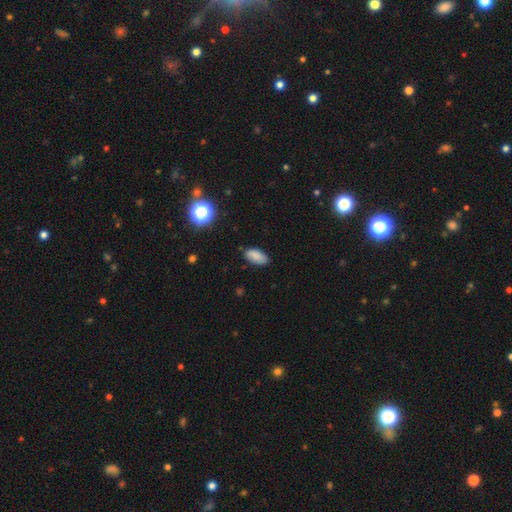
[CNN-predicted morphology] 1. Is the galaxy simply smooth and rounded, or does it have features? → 84% smooth, 10% star or artifact, 6% featured or disk.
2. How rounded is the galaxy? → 92% in between, 5% cigar-shaped, 3% round.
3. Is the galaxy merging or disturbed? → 83% none, 13% minor disturbance, 3% major disturbance, 1% merger.